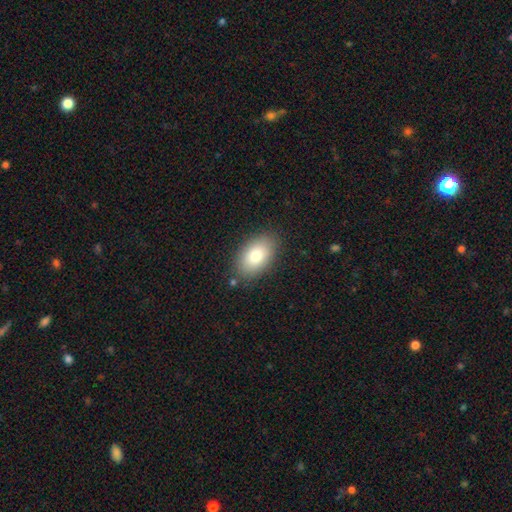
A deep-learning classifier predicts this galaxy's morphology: Smooth or featured? smooth (79%)
How rounded? in between (90%)
Merging? none (84%)